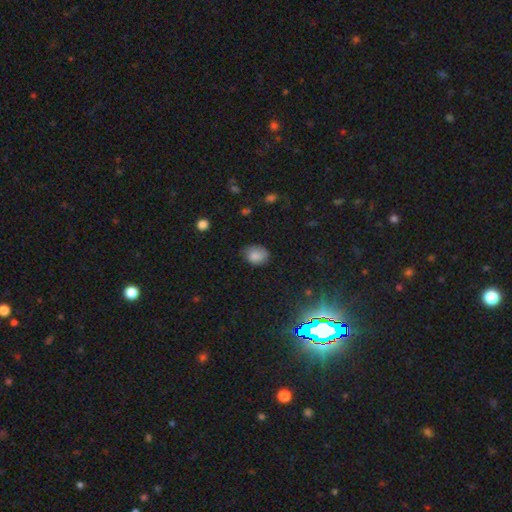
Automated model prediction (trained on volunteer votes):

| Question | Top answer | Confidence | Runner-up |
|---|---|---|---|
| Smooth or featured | smooth | 82% | star or artifact (10%) |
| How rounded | in between | 61% | round (38%) |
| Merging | none | 64% | minor disturbance (29%) |